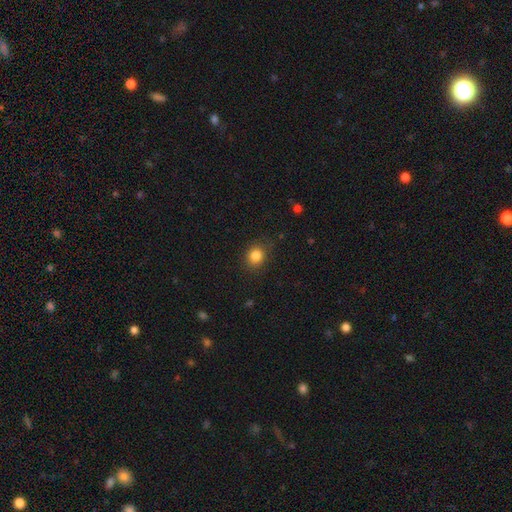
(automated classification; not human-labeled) smooth_or_featured: smooth (p=0.84) [alt: star or artifact p=0.11]
how_rounded: round (p=0.73) [alt: in between p=0.26]
merging: none (p=0.83) [alt: minor disturbance p=0.13]